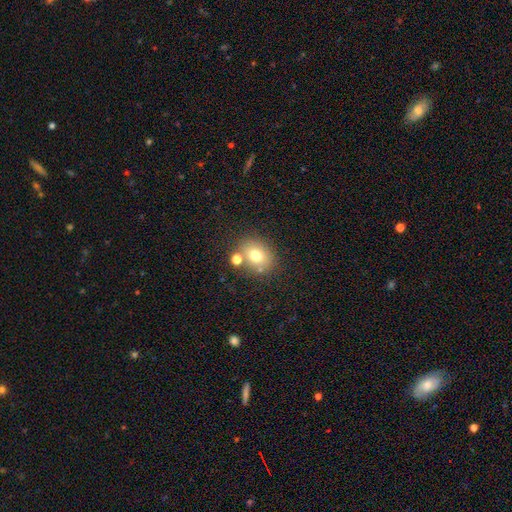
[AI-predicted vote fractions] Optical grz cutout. It shows a smooth galaxy with no disk features (73%) that is round (56%). Merging: none (70%).